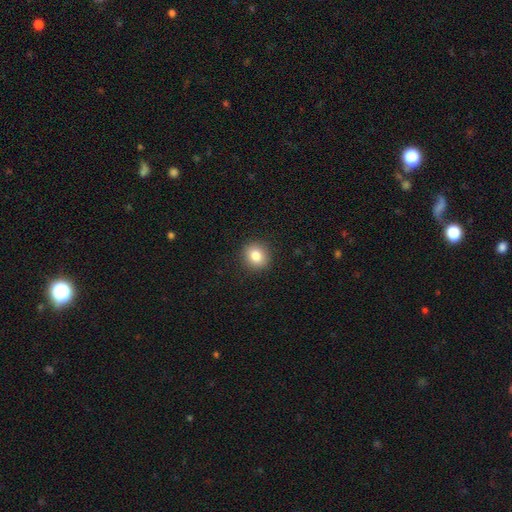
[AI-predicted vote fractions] Q: Smooth or featured?
A: smooth (83%); runner-up: star or artifact (10%)
Q: How rounded?
A: round (84%); runner-up: in between (15%)
Q: Merging?
A: none (91%); runner-up: minor disturbance (6%)